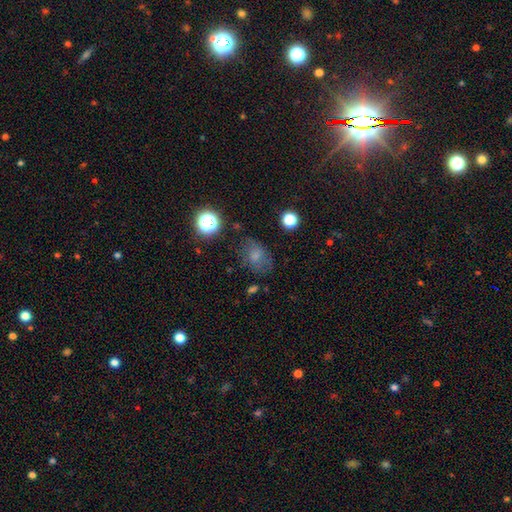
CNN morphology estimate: The model was most divided on "how rounded": in between: 62%, round: 36%, cigar-shaped: 1%. More confident: smooth or featured — smooth (68%); merging — none (58%).